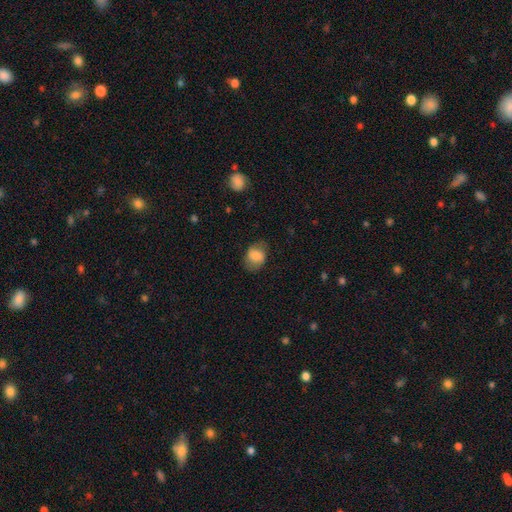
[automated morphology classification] Q: Smooth or featured?
A: smooth (77%); runner-up: featured or disk (15%)
Q: How rounded?
A: in between (58%); runner-up: round (41%)
Q: Merging?
A: none (63%); runner-up: minor disturbance (24%)